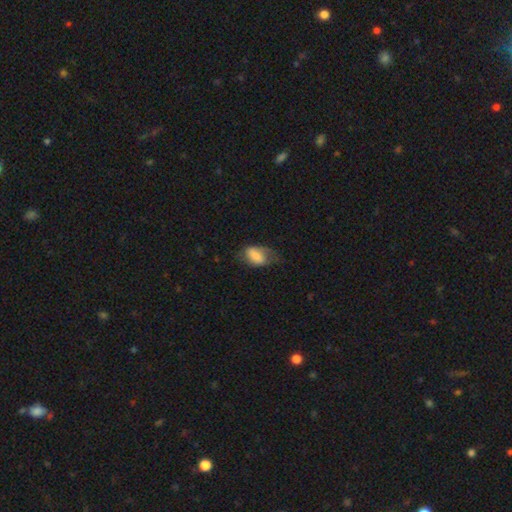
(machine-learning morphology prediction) A smooth galaxy with no disk features (74%) that is in between round and cigar-shaped (89%). Merging: none (37%).